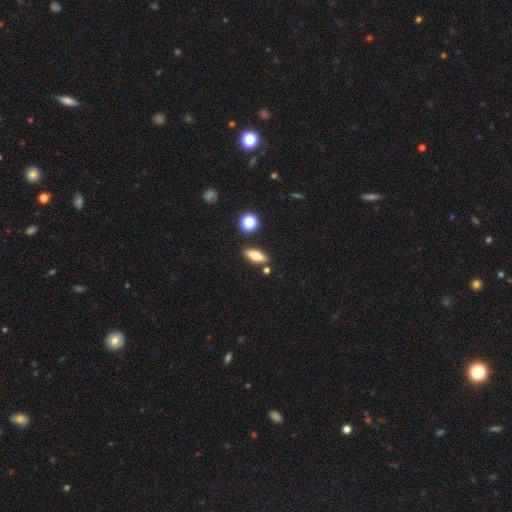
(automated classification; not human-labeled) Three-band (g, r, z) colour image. It shows a smooth galaxy with no disk features (69%) that is in between round and cigar-shaped (72%). Merging: none (82%).